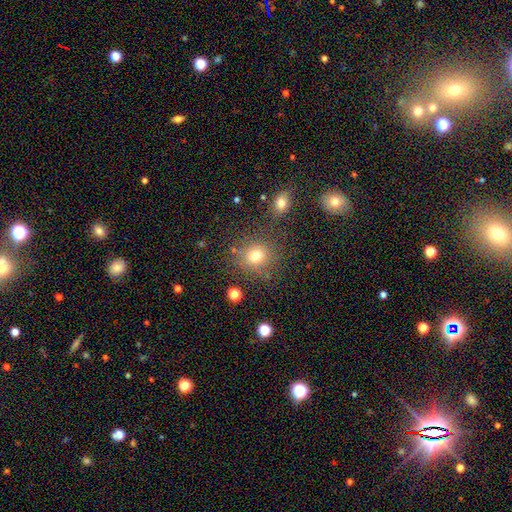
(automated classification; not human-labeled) This is likely a smooth galaxy (74%). How rounded: clearly round (81%). Merging: likely none (77%).